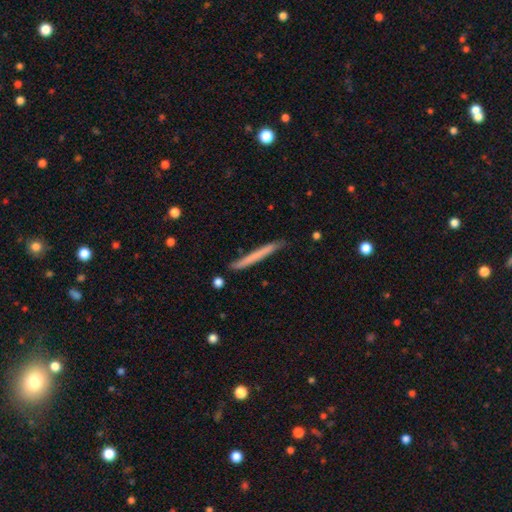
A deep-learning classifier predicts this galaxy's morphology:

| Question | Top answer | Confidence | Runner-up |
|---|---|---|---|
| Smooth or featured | smooth | 62% | featured or disk (32%) |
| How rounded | cigar-shaped | 97% | in between (2%) |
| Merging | none | 84% | minor disturbance (12%) |